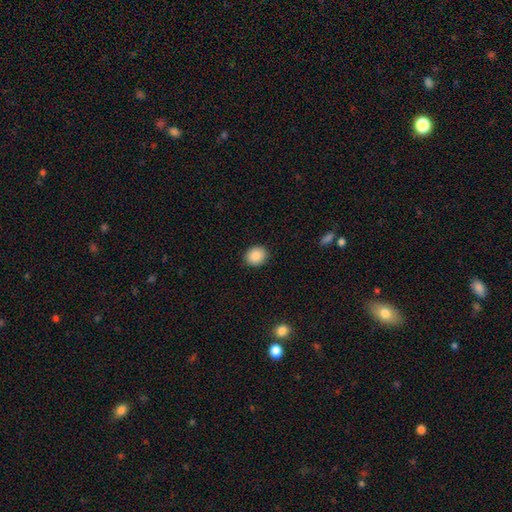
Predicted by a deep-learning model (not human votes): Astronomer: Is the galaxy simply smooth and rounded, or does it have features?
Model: smooth — 88%.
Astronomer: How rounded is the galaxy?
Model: round — 72%.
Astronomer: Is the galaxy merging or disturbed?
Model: none — 90%.